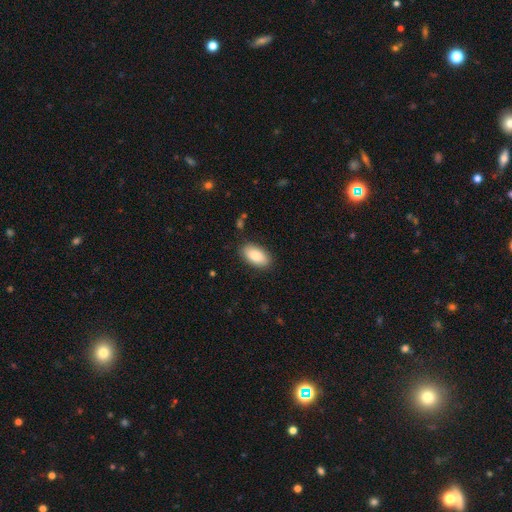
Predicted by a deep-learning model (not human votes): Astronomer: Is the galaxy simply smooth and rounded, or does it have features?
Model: smooth — 87%.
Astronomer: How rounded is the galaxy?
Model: in between — 94%.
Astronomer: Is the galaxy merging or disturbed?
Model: none — 85%.